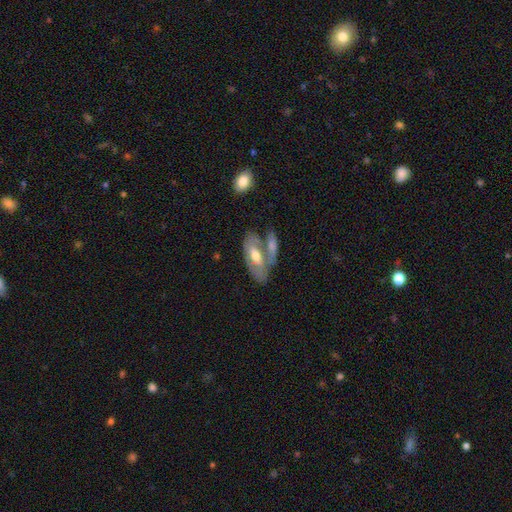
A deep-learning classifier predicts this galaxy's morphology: Smooth or featured?
  - featured or disk: 53% *
  - smooth: 42%
  - star or artifact: 6%
Edge-on disk?
  - no: 80% *
  - yes: 20%
Merging?
  - none: 43% *
  - merger: 34%
  - minor disturbance: 15%
  - major disturbance: 7%